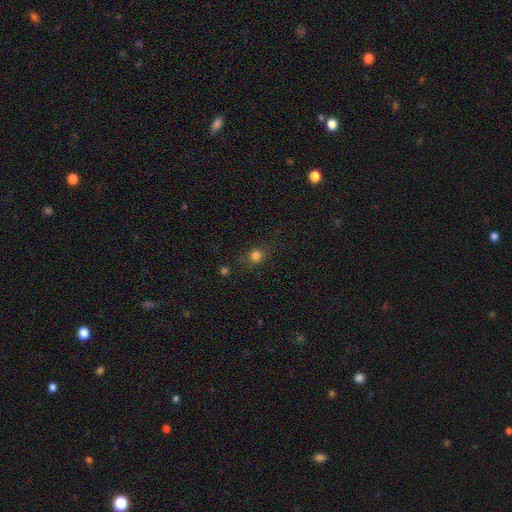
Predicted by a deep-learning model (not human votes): Overall: smooth (76%). How rounded: round (73%). Merging: none (76%).